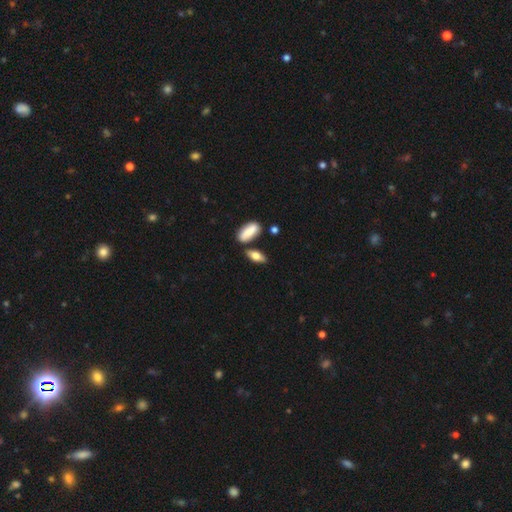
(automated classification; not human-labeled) A smooth galaxy with no disk features (74%) that is in between round and cigar-shaped (72%). Merging: none (71%).